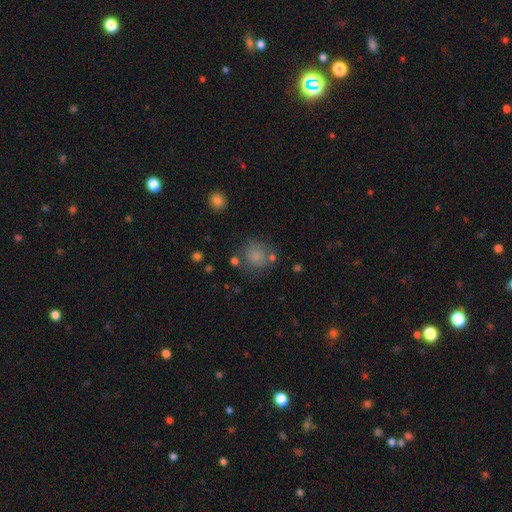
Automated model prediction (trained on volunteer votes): smooth-or-featured: smooth: 74% | featured or disk: 14% | star or artifact: 12%
  how-rounded: round: 82% | in between: 17% | cigar-shaped: 1%
  merging: none: 64% | minor disturbance: 18% | major disturbance: 9% | merger: 9%